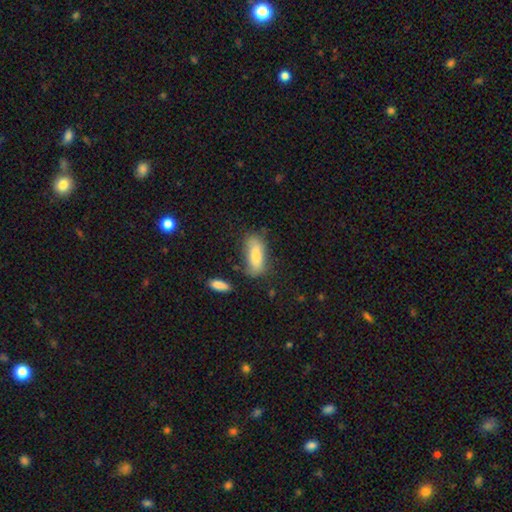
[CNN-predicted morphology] smooth 78%, featured or disk 15%, star or artifact 7%. Down the decision tree: how rounded — in between (70%); merging — none (65%).